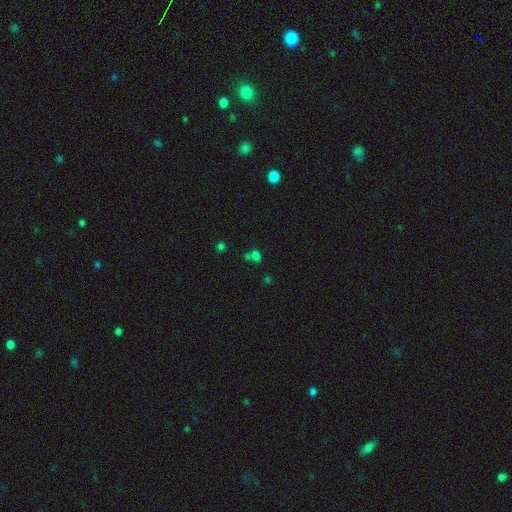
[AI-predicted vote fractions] Smooth or featured: smooth — 59% (star or artifact — 32%)
How rounded: in between — 52% (round — 45%)
Merging: none — 47% (merger — 33%)